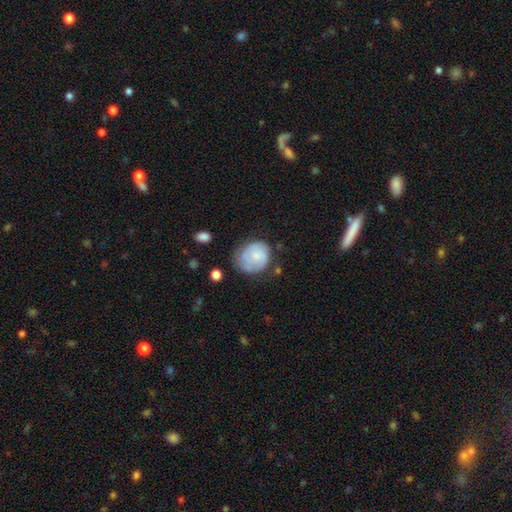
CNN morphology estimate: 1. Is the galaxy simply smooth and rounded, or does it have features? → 60% smooth, 33% featured or disk, 7% star or artifact.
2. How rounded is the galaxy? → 69% round, 30% in between, 1% cigar-shaped.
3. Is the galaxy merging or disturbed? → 52% none, 31% minor disturbance, 13% major disturbance, 3% merger.